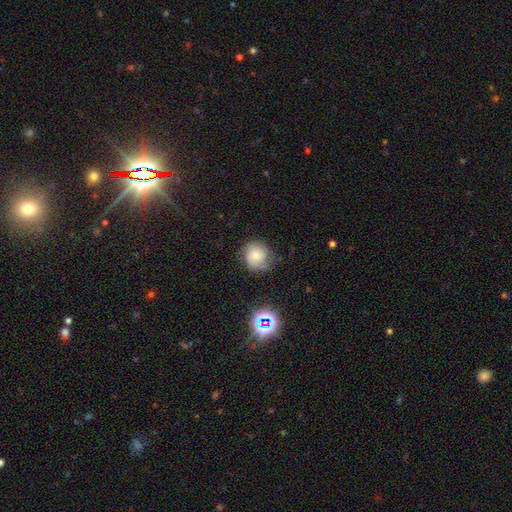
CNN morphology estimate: Smooth or featured: smooth — 55% (featured or disk — 32%)
How rounded: round — 82% (in between — 17%)
Merging: none — 60% (minor disturbance — 27%)